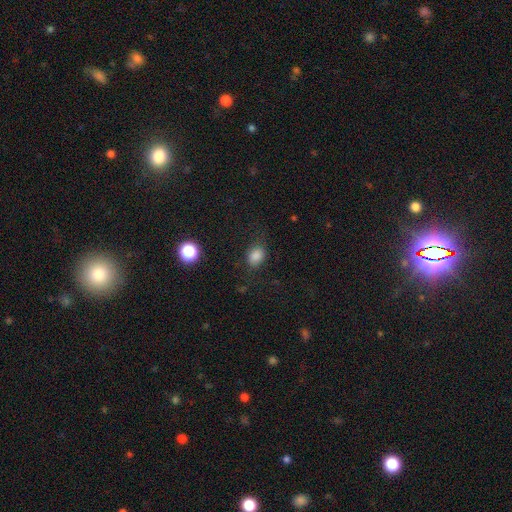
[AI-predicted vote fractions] A smooth galaxy with no disk features (82%) that is in between round and cigar-shaped (61%).

Vote fractions:
- Smooth or featured? smooth: 82% / star or artifact: 13% / featured or disk: 6%
- How rounded? in between: 61% / round: 38% / cigar-shaped: 1%
- Merging? none: 74% / minor disturbance: 17% / major disturbance: 7% / merger: 2%